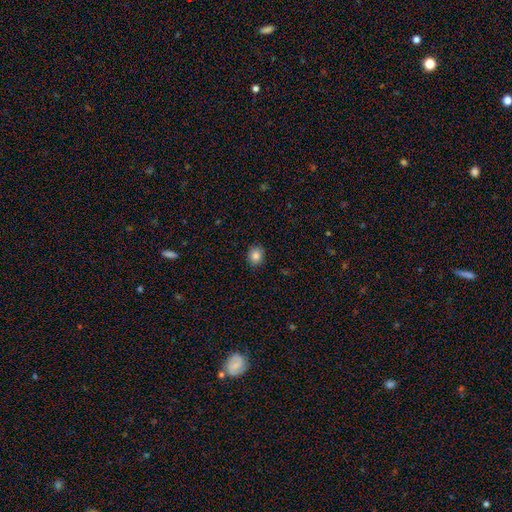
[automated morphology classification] Smooth or featured? Predicted: smooth (p=0.85). How rounded? Predicted: round (p=0.64). Merging? Predicted: none (p=0.89).